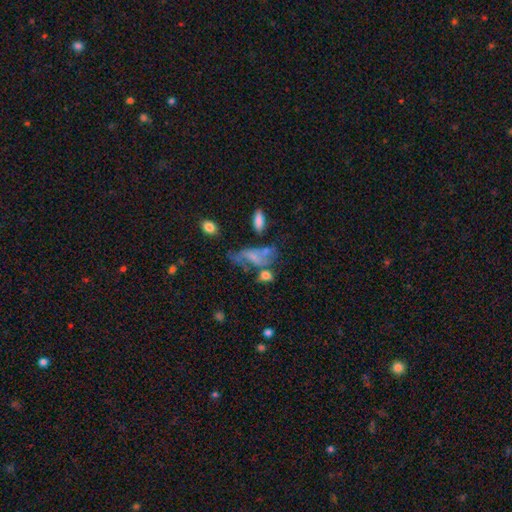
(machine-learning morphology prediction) type=featured or disk (42%); merging=none (29%, tied with major disturbance).